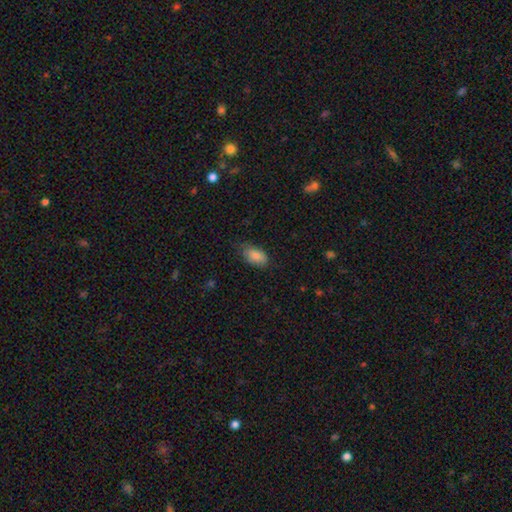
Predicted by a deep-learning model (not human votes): smooth_or_featured: smooth (p=0.86) [alt: featured or disk p=0.07]
how_rounded: in between (p=0.93) [alt: round p=0.04]
merging: none (p=0.67) [alt: minor disturbance p=0.27]